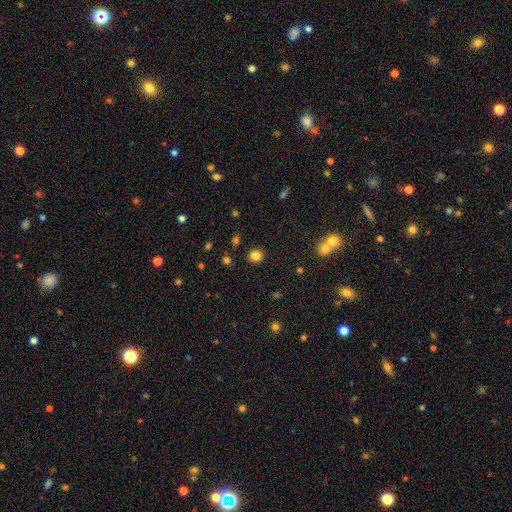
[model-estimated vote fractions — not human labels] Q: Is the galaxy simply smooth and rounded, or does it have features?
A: smooth — 83%.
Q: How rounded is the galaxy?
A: round — 89%.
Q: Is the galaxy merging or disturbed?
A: none — 91%.